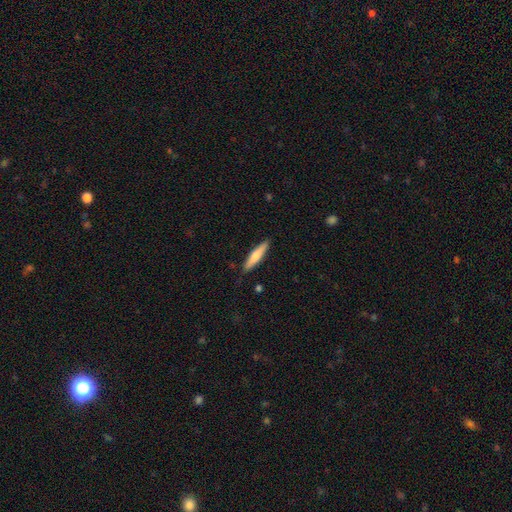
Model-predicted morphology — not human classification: A smooth galaxy with no disk features (62%) that is cigar-shaped (83%). Merging: none (87%).